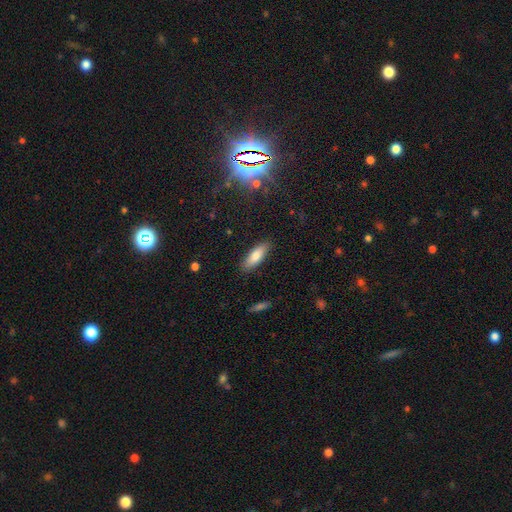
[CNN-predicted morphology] smooth_or_featured: smooth (p=0.80) [alt: featured or disk p=0.13]
how_rounded: in between (p=0.60) [alt: cigar-shaped p=0.38]
merging: none (p=0.87) [alt: minor disturbance p=0.09]